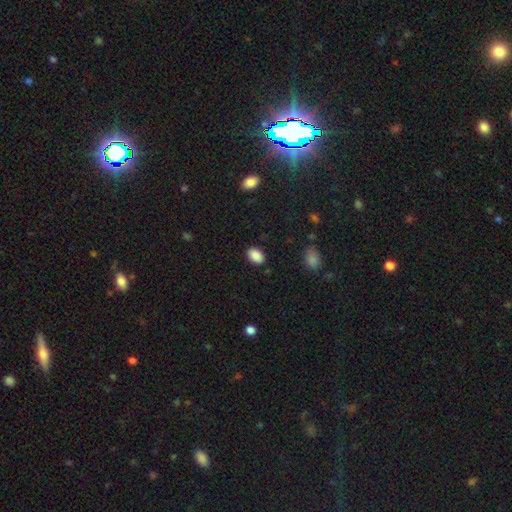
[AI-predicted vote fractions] Smooth or featured? smooth (89%)
How rounded? in between (86%)
Merging? none (87%)